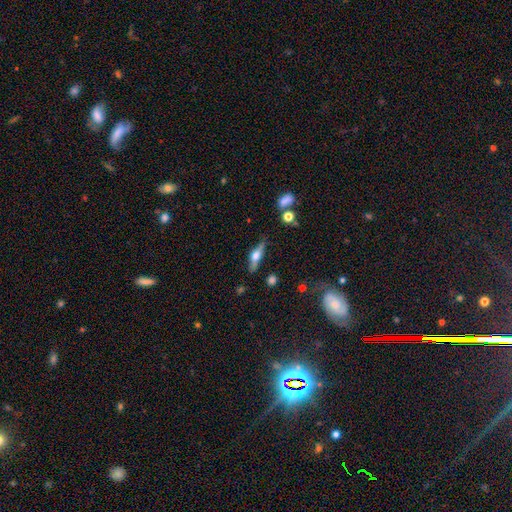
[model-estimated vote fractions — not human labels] Morphology: type=featured or disk (56%); edge-on=yes (90%); merging=none (69%).